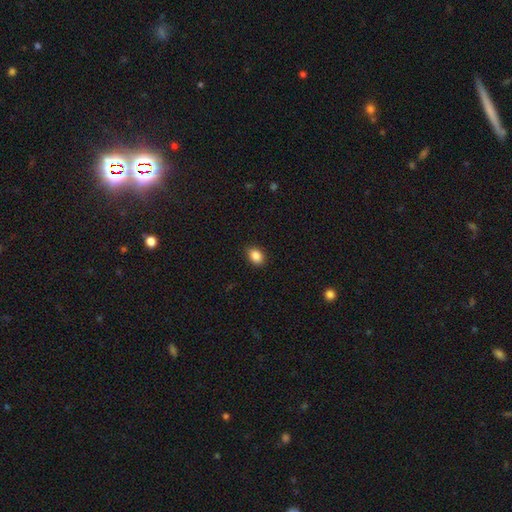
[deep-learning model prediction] Smooth or featured? Predicted: smooth (p=0.88). How rounded? Predicted: in between (p=0.76). Merging? Predicted: none (p=0.88).